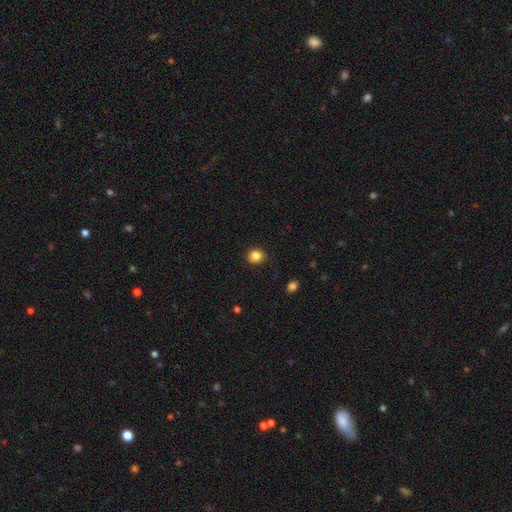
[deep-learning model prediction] This is clearly a smooth galaxy (85%). How rounded: likely round (75%). Merging: clearly none (86%).